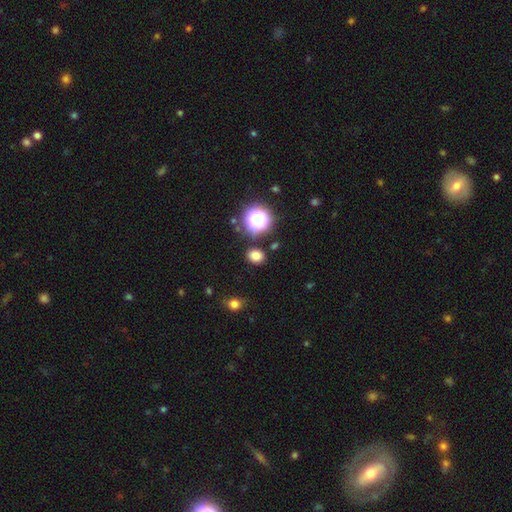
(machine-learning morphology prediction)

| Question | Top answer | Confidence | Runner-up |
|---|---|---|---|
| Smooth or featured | smooth | 76% | star or artifact (19%) |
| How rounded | round | 52% | in between (47%) |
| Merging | none | 84% | minor disturbance (9%) |